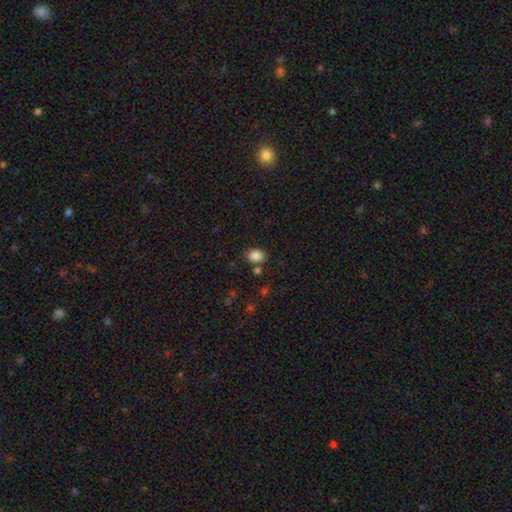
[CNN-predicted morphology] A smooth galaxy with no disk features (85%) that is in between round and cigar-shaped (69%). Merging: none (79%).